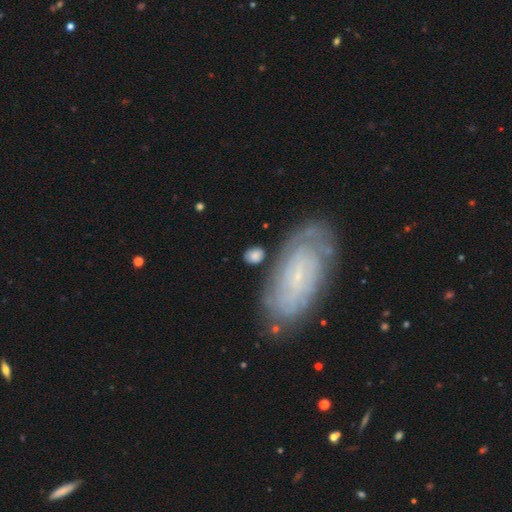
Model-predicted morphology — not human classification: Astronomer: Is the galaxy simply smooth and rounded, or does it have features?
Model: smooth — 71%.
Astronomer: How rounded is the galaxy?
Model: in between — 68%.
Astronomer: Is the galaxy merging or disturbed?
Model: none — 72%.